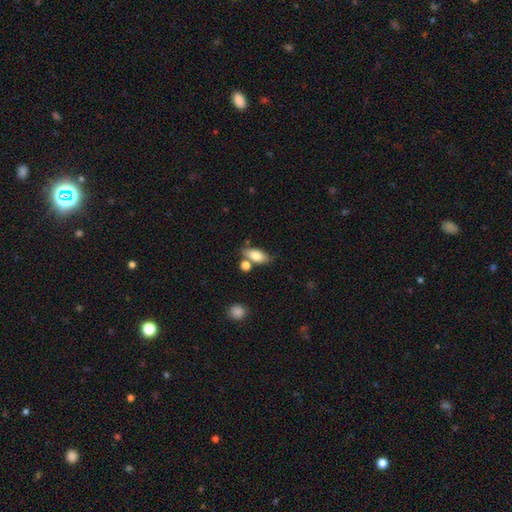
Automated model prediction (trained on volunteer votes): smooth-or-featured: smooth: 77% | featured or disk: 15% | star or artifact: 8%
  how-rounded: in between: 83% | cigar-shaped: 11% | round: 6%
  merging: none: 63% | merger: 18% | minor disturbance: 15% | major disturbance: 5%